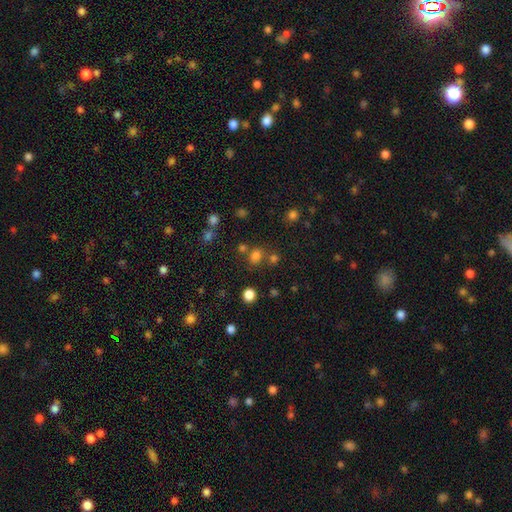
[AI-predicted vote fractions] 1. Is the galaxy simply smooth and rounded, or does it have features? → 73% smooth, 20% star or artifact, 6% featured or disk.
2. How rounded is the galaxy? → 63% round, 36% in between, 1% cigar-shaped.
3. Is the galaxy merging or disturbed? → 66% none, 19% merger, 11% minor disturbance, 5% major disturbance.